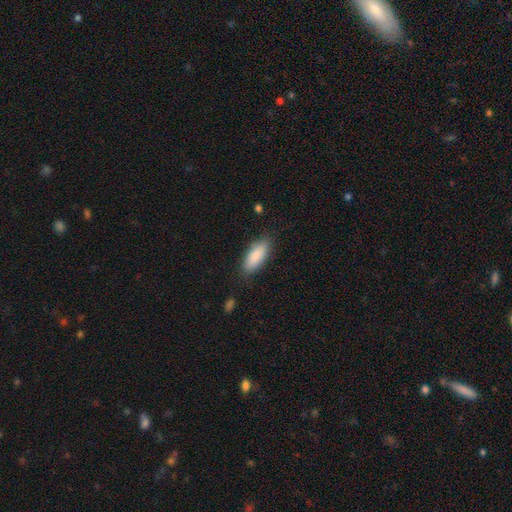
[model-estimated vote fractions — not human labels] Overall: smooth (86%). How rounded: in between (76%). Merging: none (82%).